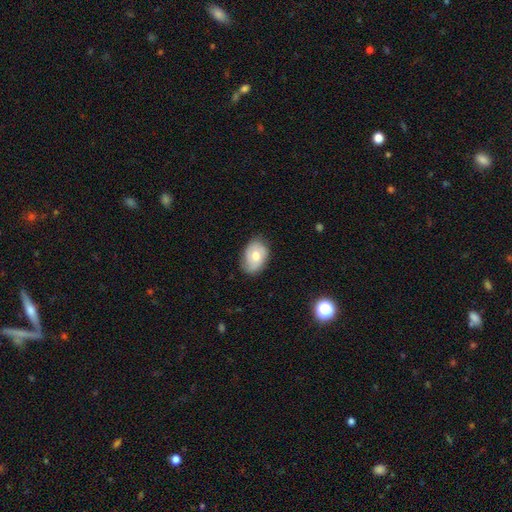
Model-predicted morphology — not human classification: Smooth or featured?
  - smooth: 61% *
  - featured or disk: 32%
  - star or artifact: 7%
How rounded?
  - in between: 79% *
  - round: 20%
  - cigar-shaped: 1%
Merging?
  - none: 72% *
  - minor disturbance: 23%
  - major disturbance: 4%
  - merger: 1%